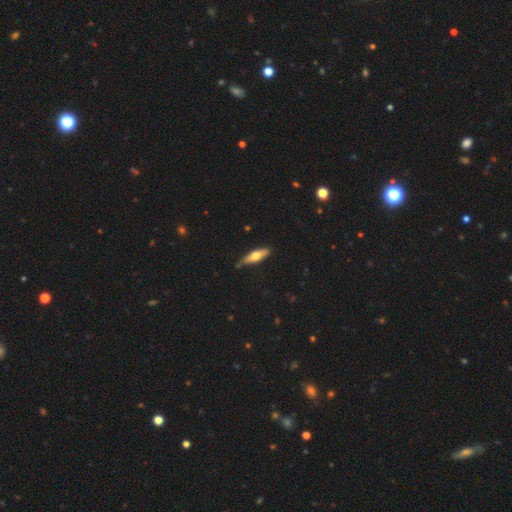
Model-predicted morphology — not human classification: smooth-or-featured: smooth: 52% | featured or disk: 43% | star or artifact: 6%
  how-rounded: cigar-shaped: 65% | in between: 33% | round: 2%
  merging: none: 79% | minor disturbance: 16% | major disturbance: 3% | merger: 2%